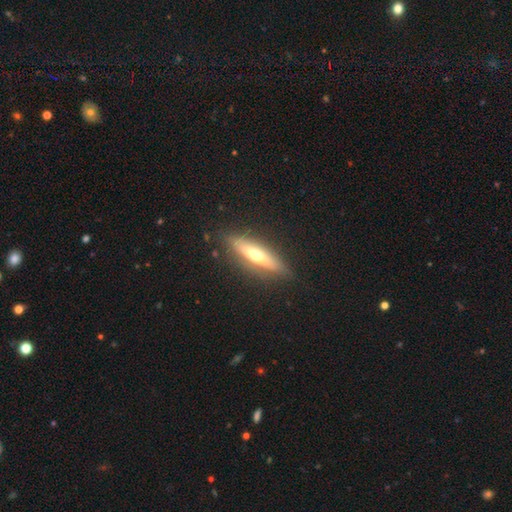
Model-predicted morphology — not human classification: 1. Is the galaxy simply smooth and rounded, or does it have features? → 51% featured or disk, 43% smooth, 6% star or artifact.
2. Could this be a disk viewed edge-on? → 81% yes, 19% no.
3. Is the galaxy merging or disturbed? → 85% none, 11% minor disturbance, 3% major disturbance, 1% merger.